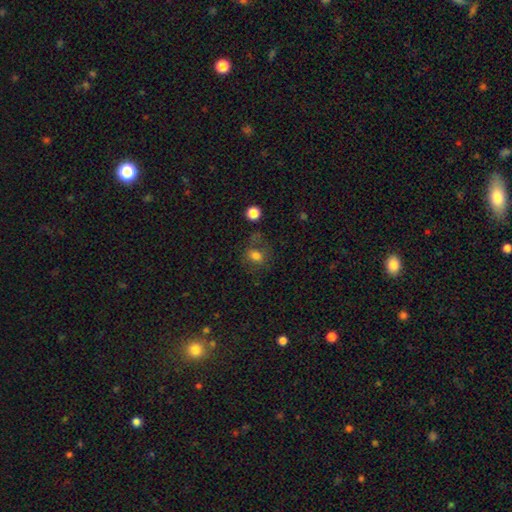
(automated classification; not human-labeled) smooth 72%, star or artifact 14%, featured or disk 14%. Down the decision tree: how rounded — round (53%); merging — none (62%).